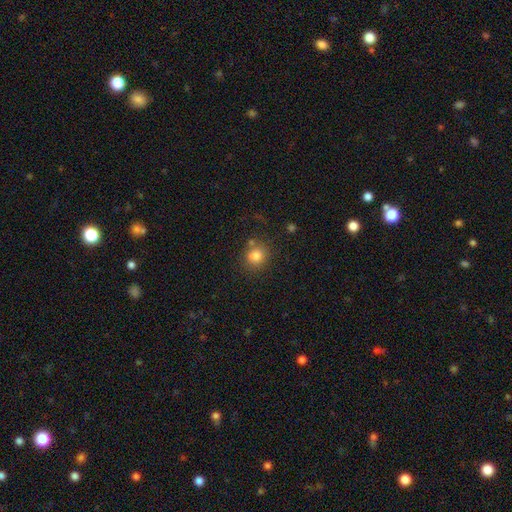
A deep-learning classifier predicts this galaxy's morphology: Smooth or featured? Predicted: smooth (p=0.81). How rounded? Predicted: round (p=0.78). Merging? Predicted: none (p=0.72).